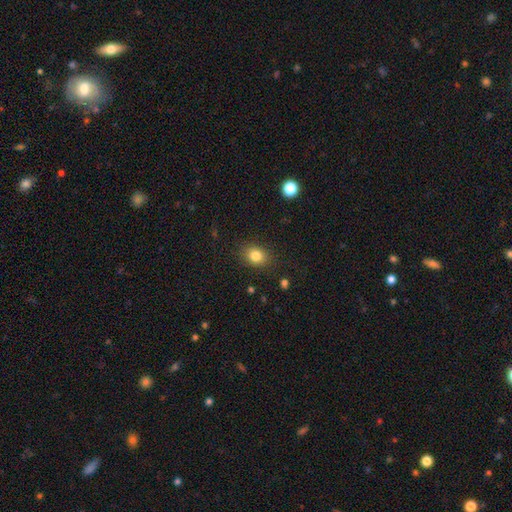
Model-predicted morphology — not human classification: smooth_or_featured: smooth (p=0.82) [alt: star or artifact p=0.11]
how_rounded: in between (p=0.52) [alt: round p=0.47]
merging: none (p=0.86) [alt: minor disturbance p=0.10]